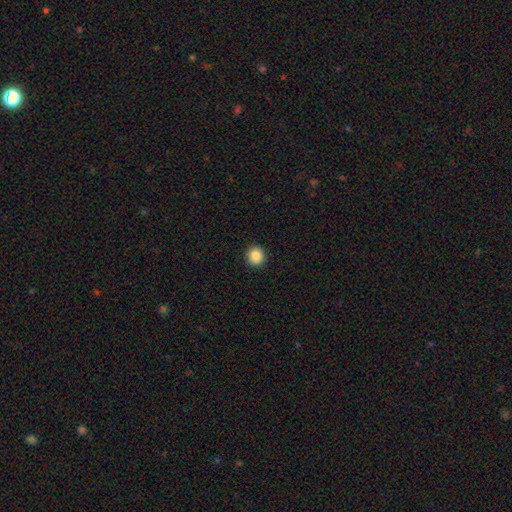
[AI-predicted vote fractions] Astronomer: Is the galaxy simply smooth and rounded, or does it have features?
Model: smooth — 87%.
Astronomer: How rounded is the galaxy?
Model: round — 92%.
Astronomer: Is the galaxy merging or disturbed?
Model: none — 92%.